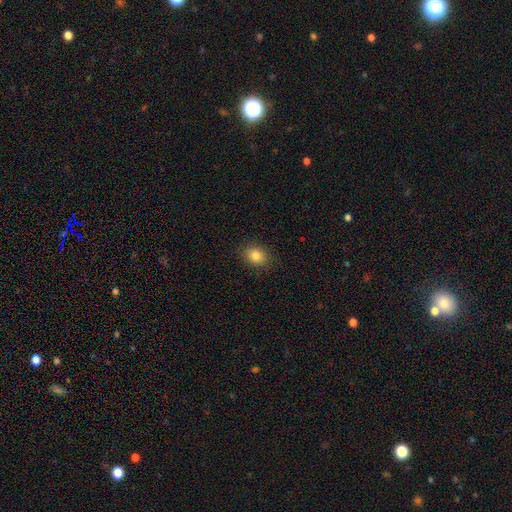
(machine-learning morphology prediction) A smooth galaxy with no disk features (83%) that is round (56%).

Vote fractions:
- Smooth or featured? smooth: 83% / star or artifact: 11% / featured or disk: 6%
- How rounded? round: 56% / in between: 43% / cigar-shaped: 1%
- Merging? none: 88% / minor disturbance: 9% / major disturbance: 2% / merger: 1%